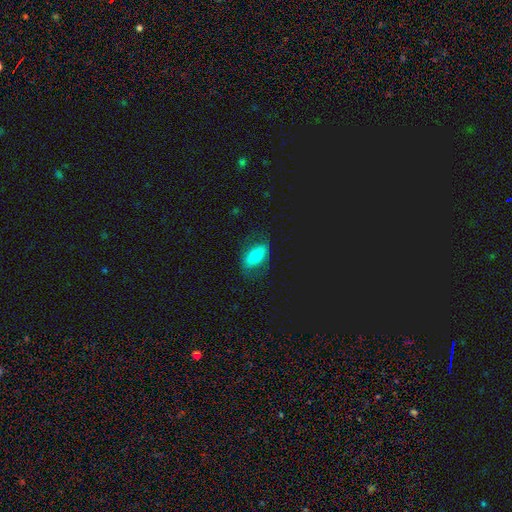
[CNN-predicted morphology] This is possibly a smooth galaxy (60%). How rounded: clearly in between (88%). Merging: likely none (68%).